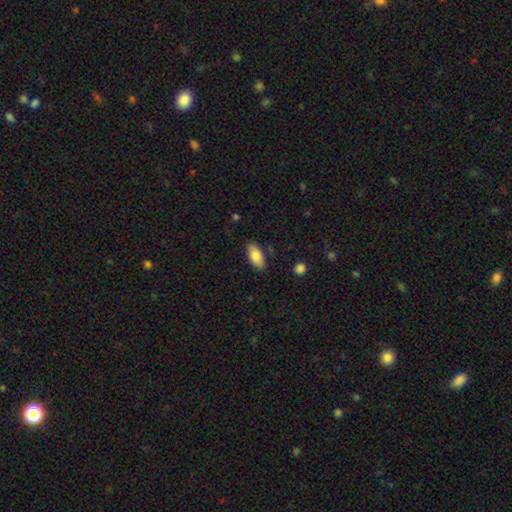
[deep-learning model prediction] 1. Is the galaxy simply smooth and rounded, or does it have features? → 81% smooth, 13% featured or disk, 7% star or artifact.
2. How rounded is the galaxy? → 91% in between, 6% cigar-shaped, 3% round.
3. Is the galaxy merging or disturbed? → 82% none, 13% minor disturbance, 3% major disturbance, 2% merger.